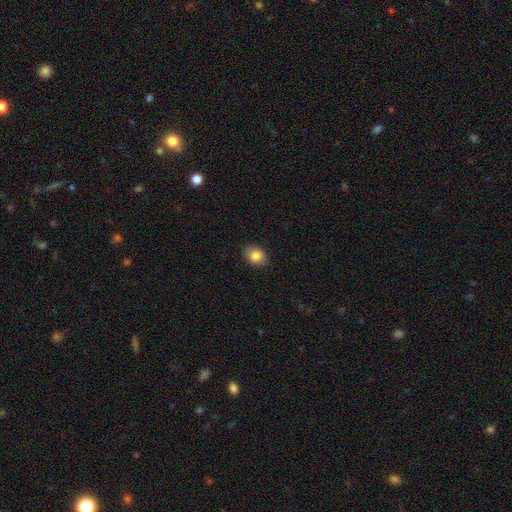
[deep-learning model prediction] Q: Smooth or featured?
A: smooth (85%); runner-up: star or artifact (8%)
Q: How rounded?
A: in between (64%); runner-up: round (35%)
Q: Merging?
A: none (88%); runner-up: minor disturbance (9%)